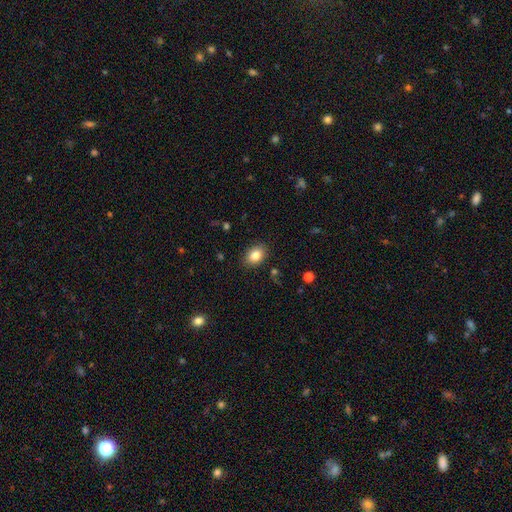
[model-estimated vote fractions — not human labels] The model was most divided on "how rounded": in between: 69%, round: 30%, cigar-shaped: 1%. More confident: merging — none (87%); smooth or featured — smooth (83%).